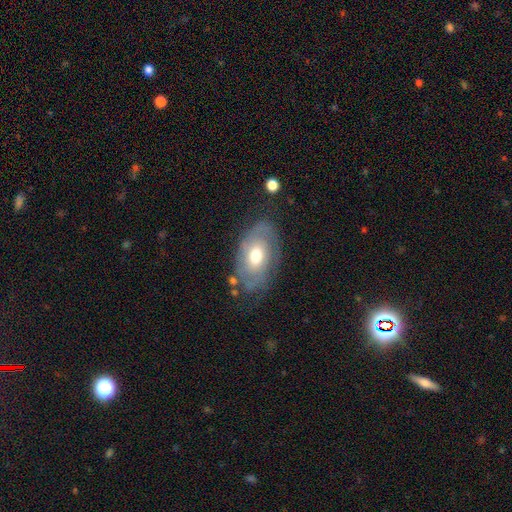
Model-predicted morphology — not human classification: featured or disk 48%, smooth 44%, star or artifact 7%. Down the decision tree: merging — none (64%).